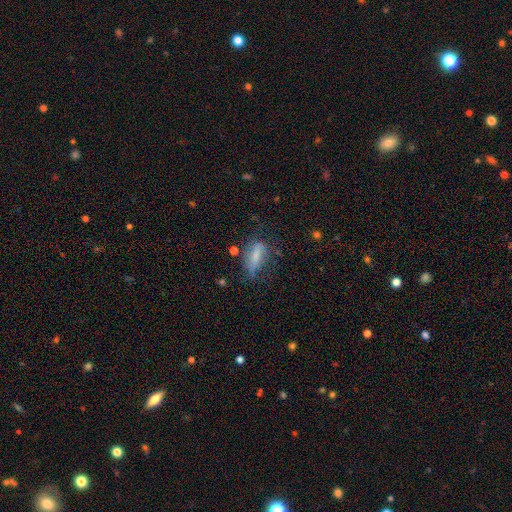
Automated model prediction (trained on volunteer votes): A smooth galaxy with no disk features (61%) that is in between round and cigar-shaped (67%). Merging: none (50%).